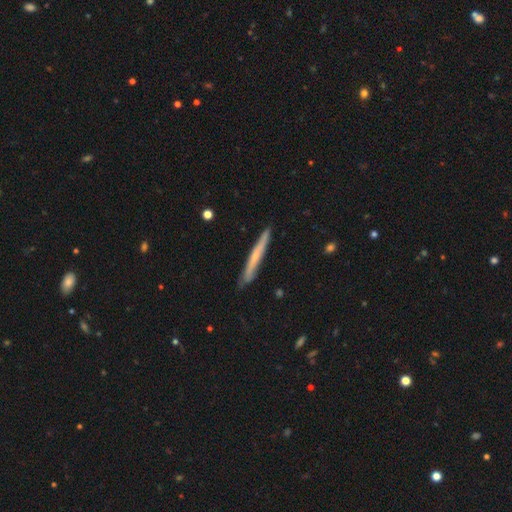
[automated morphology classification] This appears to be a smooth galaxy with no disk features (52%) that is cigar-shaped (97%). Merging: none (87%).